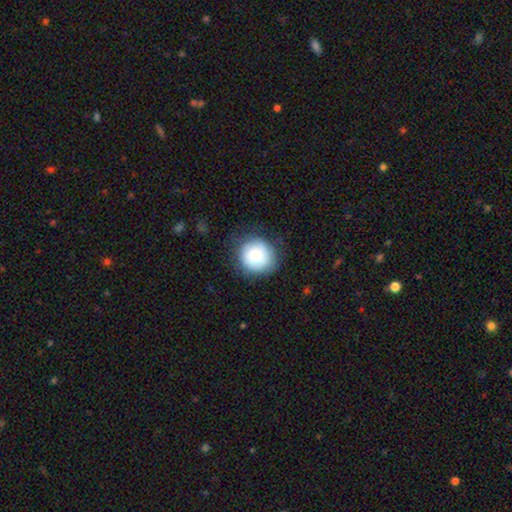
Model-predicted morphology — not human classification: This appears to be a smooth galaxy with no disk features (80%) that is round (90%). Merging: none (77%).